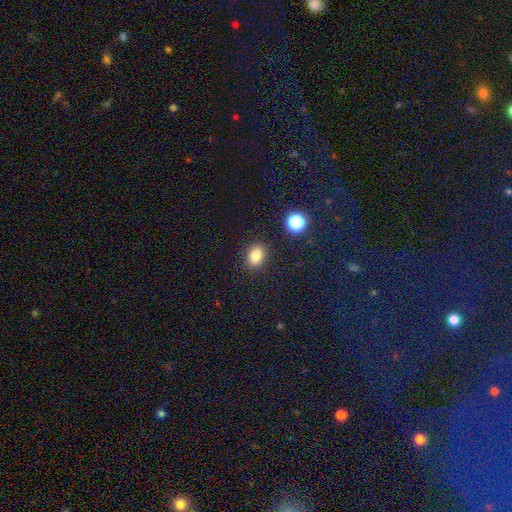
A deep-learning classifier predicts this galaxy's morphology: Q: Smooth or featured?
A: smooth (83%); runner-up: star or artifact (12%)
Q: How rounded?
A: in between (70%); runner-up: round (29%)
Q: Merging?
A: none (86%); runner-up: minor disturbance (9%)